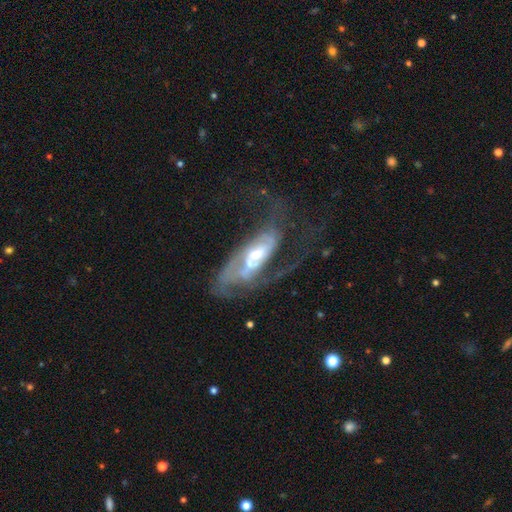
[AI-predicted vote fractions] This appears to be a featured or disk galaxy (79%) with no bar (44%), 2 (40%) medium (42%) spiral arms (83%) and a moderate central bulge (57%). Merging: major disturbance (44%).